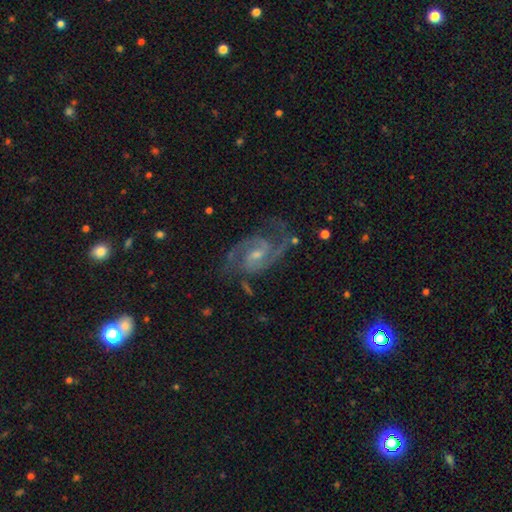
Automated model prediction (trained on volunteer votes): featured or disk 91%, star or artifact 5%, smooth 4%. Down the decision tree: edge-on disk — no (98%); bar — weak (55%); spiral arms — yes (98%); spiral arm count — 2 (87%); spiral winding — medium (61%); bulge size — small (55%); merging — none (70%).